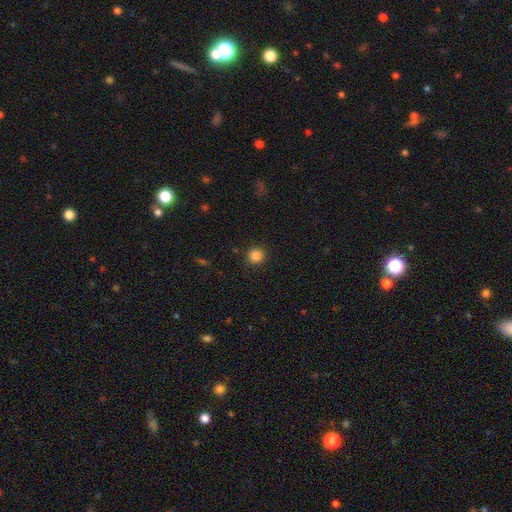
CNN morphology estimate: smooth 86%, star or artifact 11%, featured or disk 3%. Down the decision tree: how rounded — round (93%); merging — none (91%).